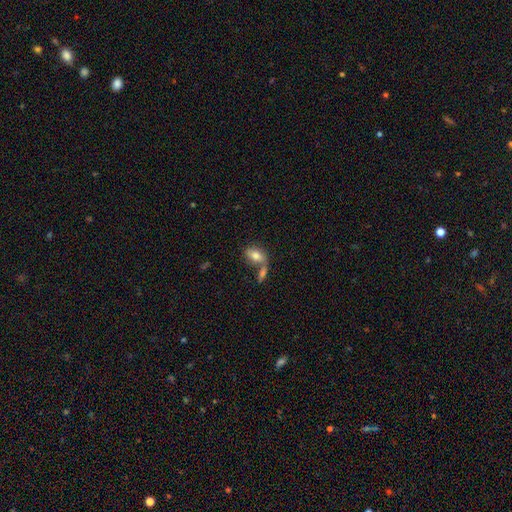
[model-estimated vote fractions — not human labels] Smooth or featured: smooth — 77% (featured or disk — 15%)
How rounded: in between — 87% (round — 8%)
Merging: none — 42% (merger — 41%)